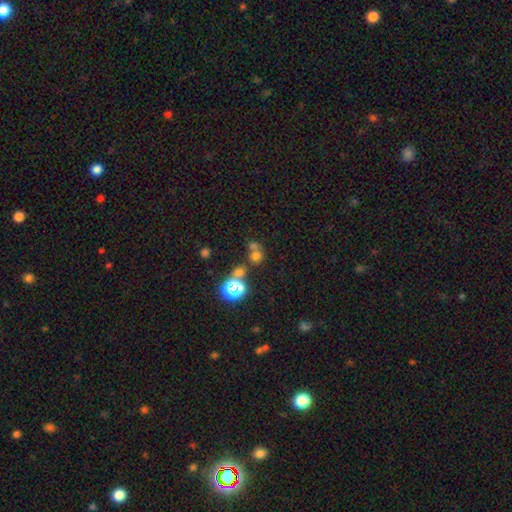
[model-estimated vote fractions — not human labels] A smooth galaxy with no disk features (60%) that is round (82%).

Vote fractions:
- Smooth or featured? smooth: 60% / star or artifact: 29% / featured or disk: 11%
- How rounded? round: 82% / in between: 16% / cigar-shaped: 1%
- Merging? none: 49% / merger: 38% / minor disturbance: 8% / major disturbance: 5%